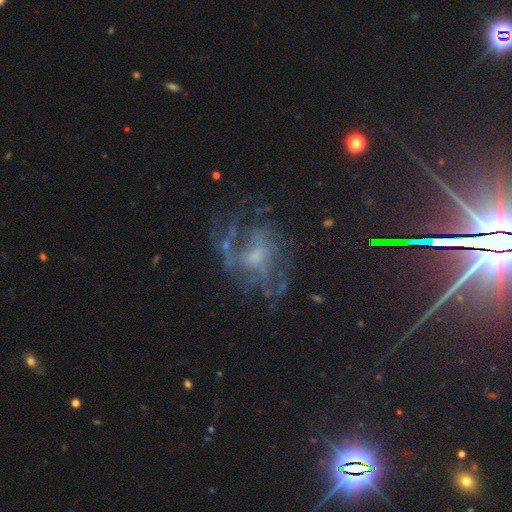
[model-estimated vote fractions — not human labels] A featured or disk galaxy (75%) with no bar (56%), medium (42%) spiral arms (74%) and a small central bulge (42%). Merging: none (53%).